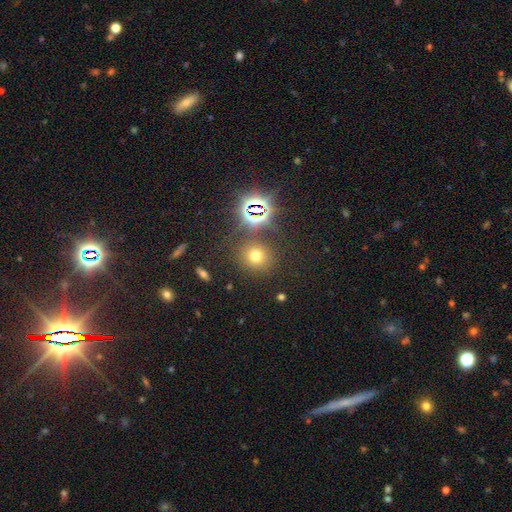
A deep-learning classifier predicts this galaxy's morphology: This appears to be a smooth galaxy with no disk features (63%) that is round (86%). Merging: none (82%).